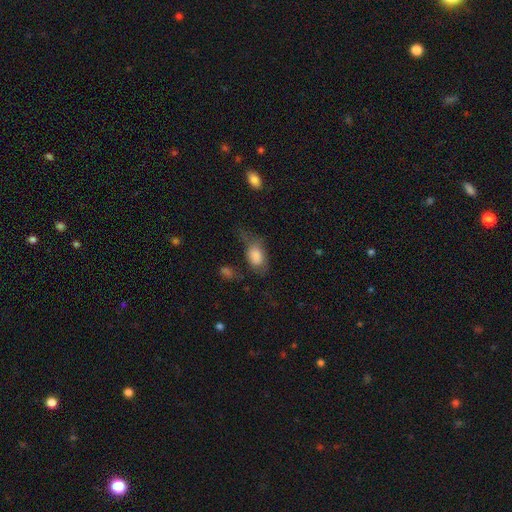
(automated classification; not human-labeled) This appears to be a smooth galaxy with no disk features (77%) that is in between round and cigar-shaped (85%). Merging: major disturbance (33%).